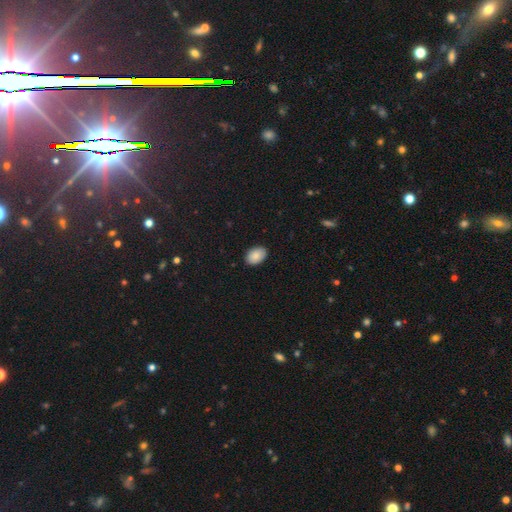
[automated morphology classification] smooth_or_featured: smooth (p=0.88) [alt: star or artifact p=0.07]
how_rounded: in between (p=0.87) [alt: round p=0.12]
merging: none (p=0.89) [alt: minor disturbance p=0.09]